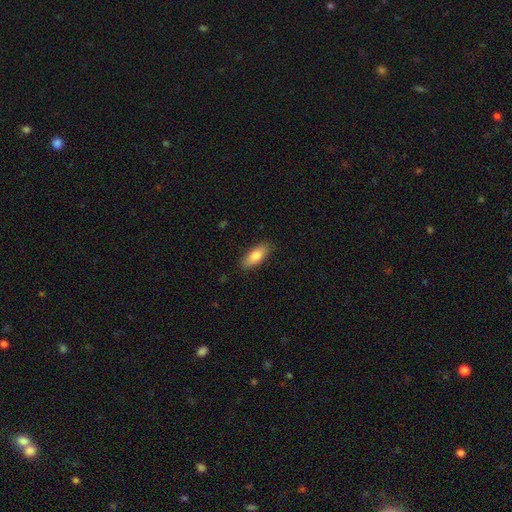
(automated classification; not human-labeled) smooth 79%, featured or disk 14%, star or artifact 6%. Down the decision tree: how rounded — in between (77%); merging — none (87%).